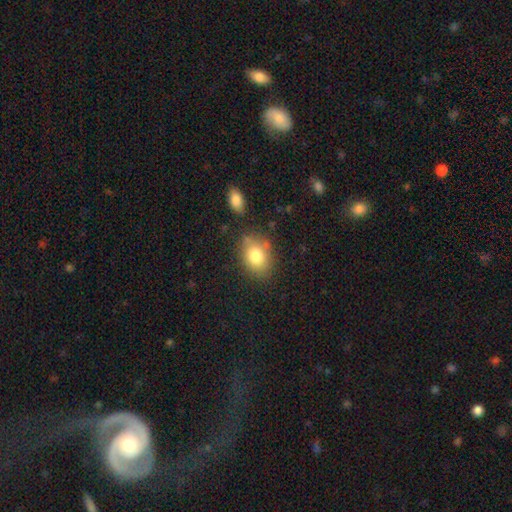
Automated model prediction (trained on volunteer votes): smooth_or_featured: smooth (p=0.80) [alt: featured or disk p=0.11]
how_rounded: in between (p=0.68) [alt: round p=0.31]
merging: none (p=0.74) [alt: minor disturbance p=0.17]